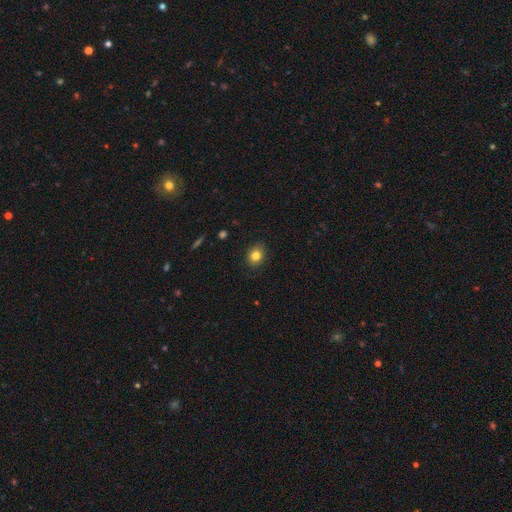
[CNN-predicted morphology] Overall: smooth (81%). How rounded: round (50%; in between 49%). Merging: none (88%).